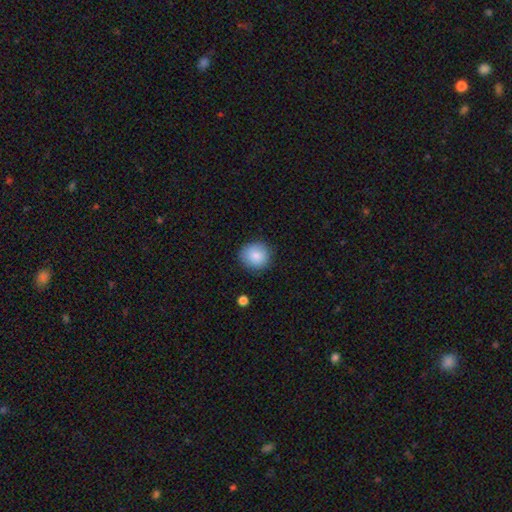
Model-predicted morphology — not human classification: type=smooth (86%); roundness=round (90%); merging=none (86%).